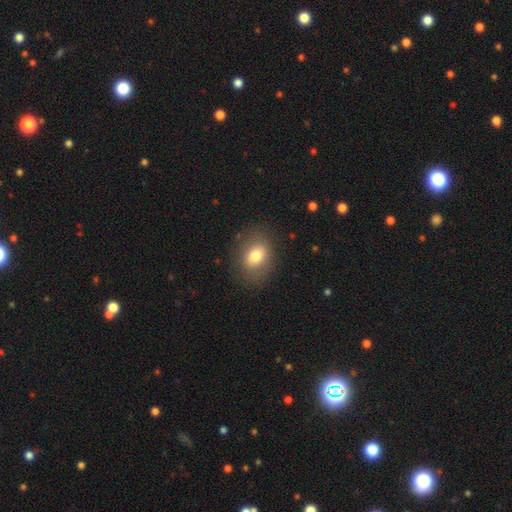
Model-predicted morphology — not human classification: A smooth galaxy with no disk features (77%) that is in between round and cigar-shaped (60%). Merging: none (82%).